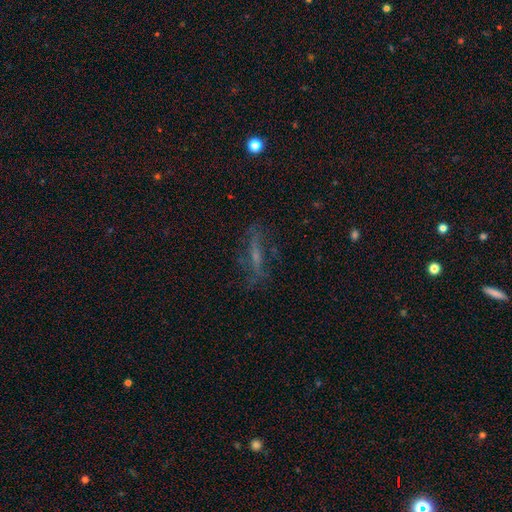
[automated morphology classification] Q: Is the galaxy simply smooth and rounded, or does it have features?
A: featured or disk — 55%.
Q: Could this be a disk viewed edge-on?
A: no — 54%.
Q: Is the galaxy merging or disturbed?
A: none — 66%.